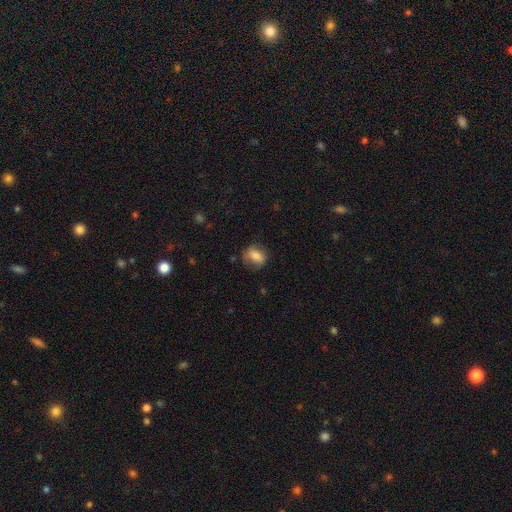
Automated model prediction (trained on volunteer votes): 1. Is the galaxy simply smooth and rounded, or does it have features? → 76% smooth, 16% featured or disk, 8% star or artifact.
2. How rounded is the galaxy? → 64% in between, 34% round, 3% cigar-shaped.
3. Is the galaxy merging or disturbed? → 70% none, 21% minor disturbance, 7% major disturbance, 2% merger.